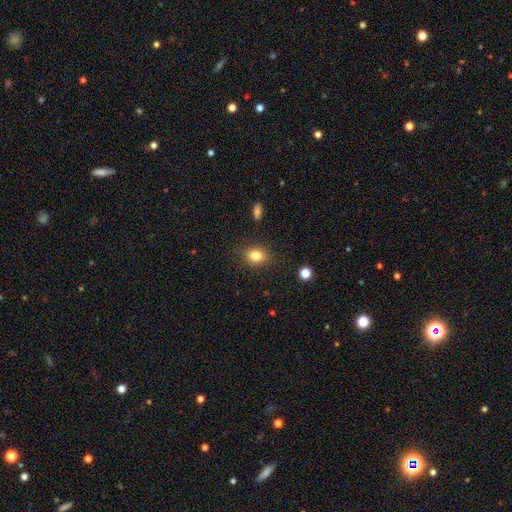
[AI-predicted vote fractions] Smooth or featured? smooth (81%)
How rounded? in between (51%)
Merging? none (86%)